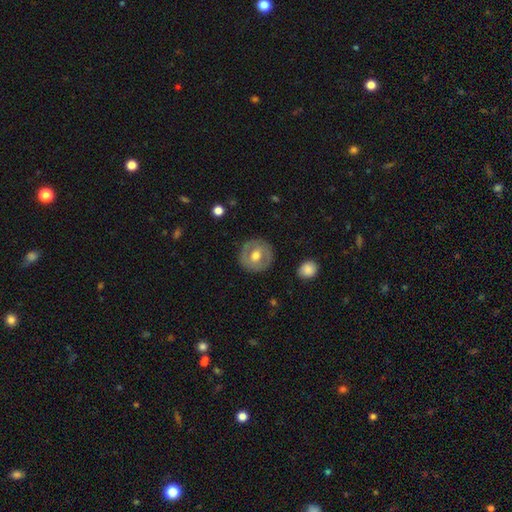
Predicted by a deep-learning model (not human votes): Q: Smooth or featured?
A: smooth (50%); runner-up: featured or disk (44%)
Q: How rounded?
A: round (91%); runner-up: in between (8%)
Q: Merging?
A: none (87%); runner-up: minor disturbance (9%)